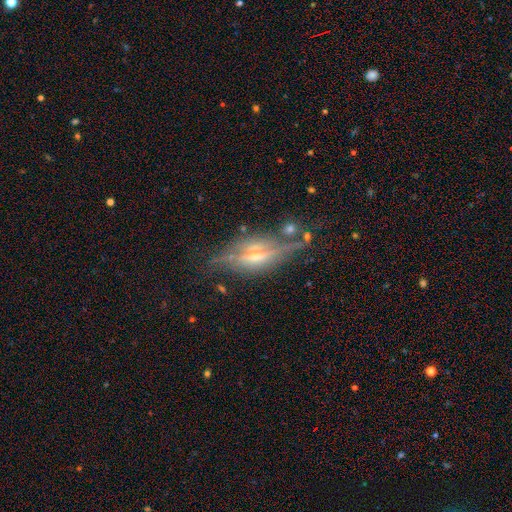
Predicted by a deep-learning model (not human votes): featured or disk 78%, smooth 12%, star or artifact 9%. Down the decision tree: edge-on disk — yes (88%); edge-on bulge — rounded (71%); merging — none (69%).